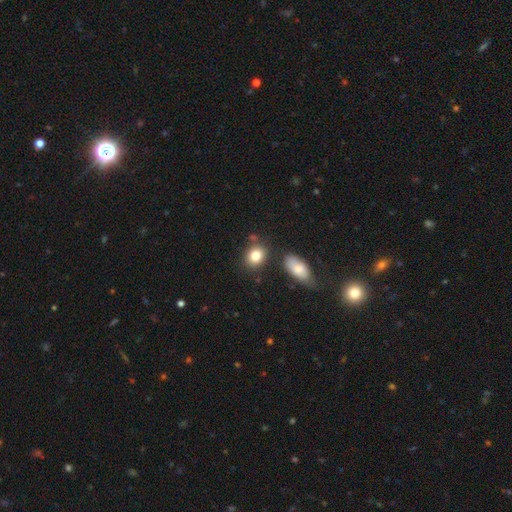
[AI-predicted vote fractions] This appears to be a smooth galaxy with no disk features (83%) that is round (50%). Merging: none (73%).